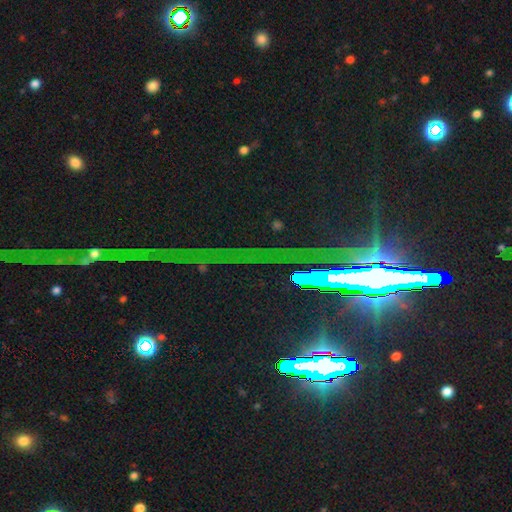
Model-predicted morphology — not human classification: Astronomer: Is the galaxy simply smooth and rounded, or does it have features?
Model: star or artifact — 73%.